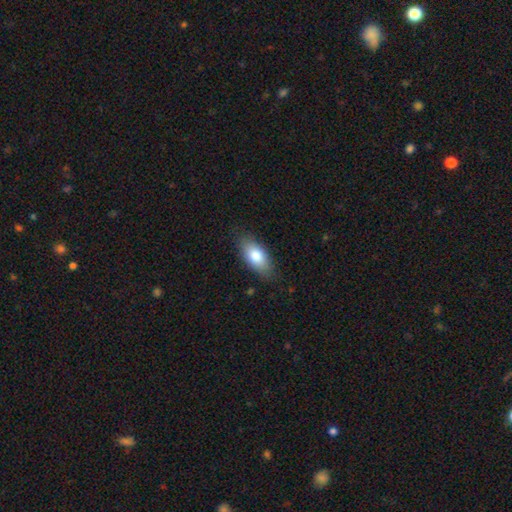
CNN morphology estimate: Smooth or featured? smooth (81%)
How rounded? in between (88%)
Merging? none (82%)